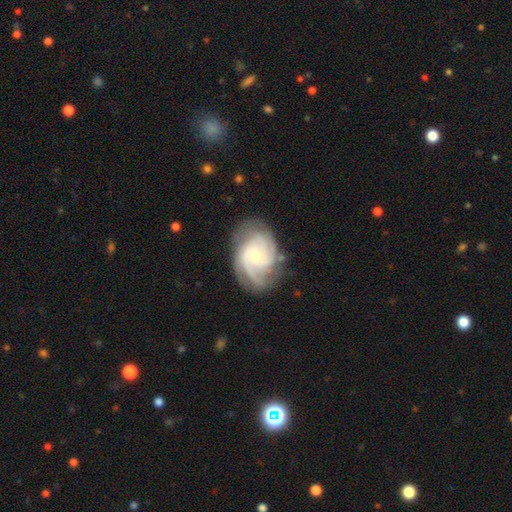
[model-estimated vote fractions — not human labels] Smooth or featured? featured or disk (86%)
Edge-on disk? no (97%)
Bar? no (65%)
Spiral arms? yes (97%)
Spiral winding? tight (54%)
Spiral arm count? 3 (38%)
Bulge size? small (50%)
Merging? none (74%)